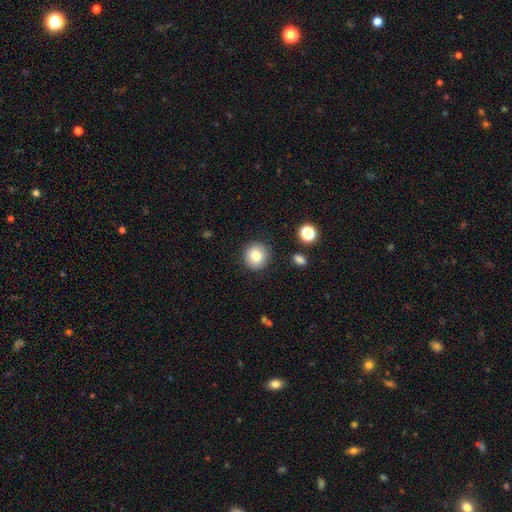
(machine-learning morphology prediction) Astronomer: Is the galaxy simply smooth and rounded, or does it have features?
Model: smooth — 82%.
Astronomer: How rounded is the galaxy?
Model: round — 92%.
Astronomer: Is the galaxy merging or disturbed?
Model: none — 89%.